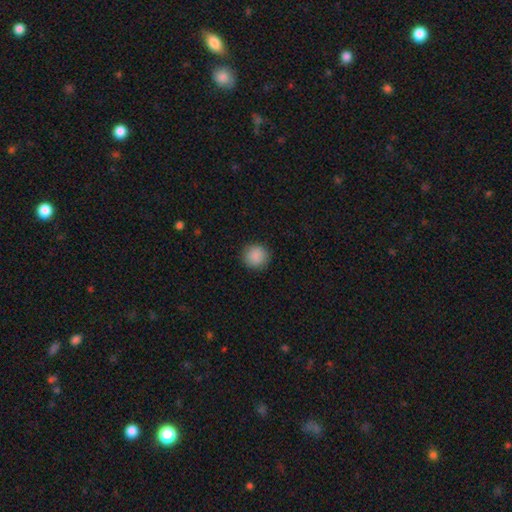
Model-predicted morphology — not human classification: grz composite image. It shows a smooth galaxy with no disk features (89%) that is round (93%). Merging: none (91%).